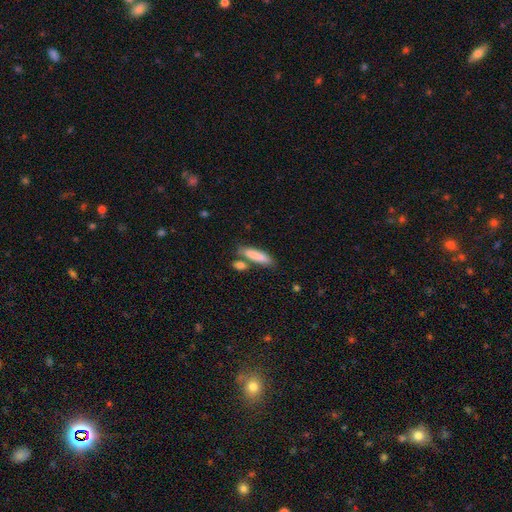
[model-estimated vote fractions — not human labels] smooth-or-featured: smooth: 84% | featured or disk: 10% | star or artifact: 6%
  how-rounded: cigar-shaped: 68% | in between: 29% | round: 2%
  merging: none: 65% | merger: 17% | minor disturbance: 14% | major disturbance: 4%